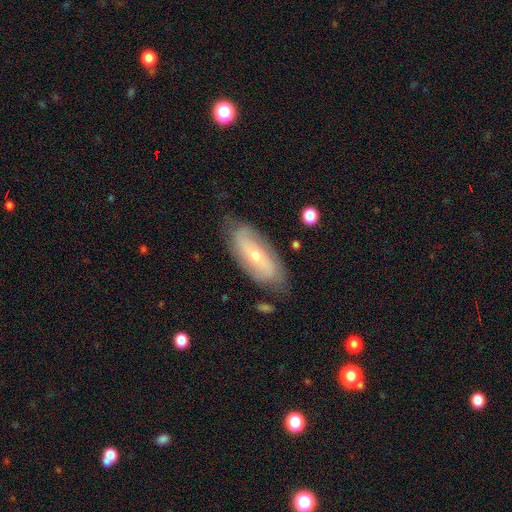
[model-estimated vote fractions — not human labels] This is likely a featured or disk galaxy (62%). It is clearly not viewed edge-on (85%). Bar: possibly no (55%). Spiral arm pattern: likely yes (75%). Central bulge: possibly small (59%). Merging: likely none (74%).